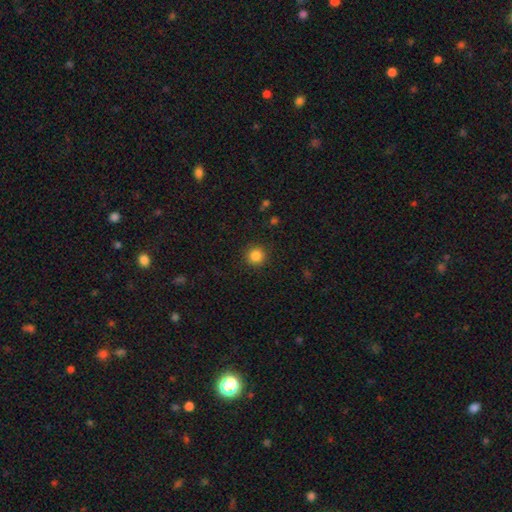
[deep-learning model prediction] Overall: smooth (85%). How rounded: round (94%). Merging: none (91%).